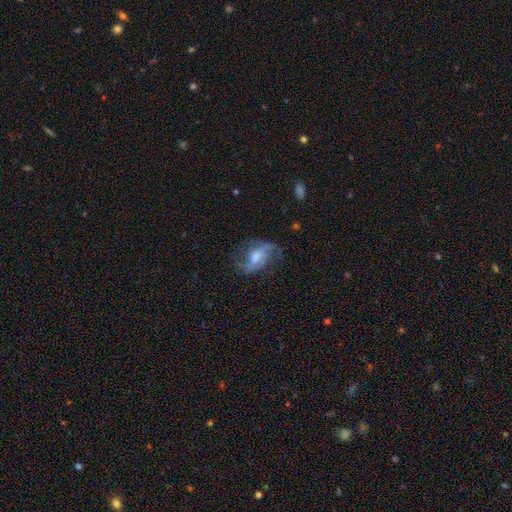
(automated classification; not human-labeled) A featured or disk galaxy (75%) with a weak bar (48%), 2 (67%) loose (49%) spiral arms (91%) and a moderate central bulge (45%). Merging: none (58%).